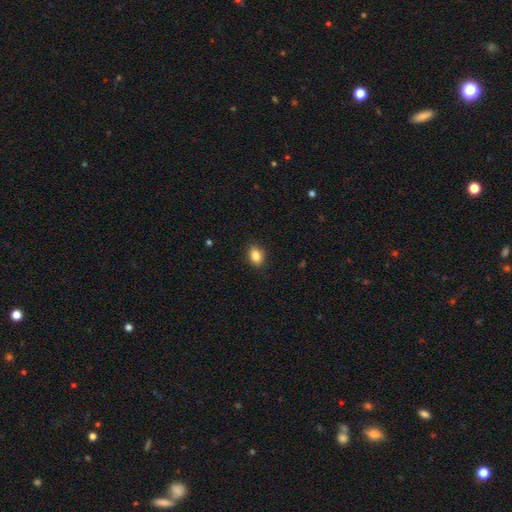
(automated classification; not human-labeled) smooth_or_featured: smooth (p=0.85) [alt: star or artifact p=0.09]
how_rounded: in between (p=0.64) [alt: round p=0.34]
merging: none (p=0.87) [alt: minor disturbance p=0.10]